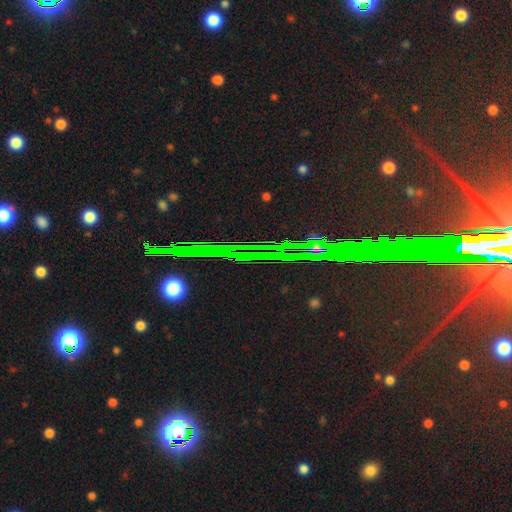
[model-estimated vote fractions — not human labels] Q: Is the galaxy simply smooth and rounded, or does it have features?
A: star or artifact — 80%.